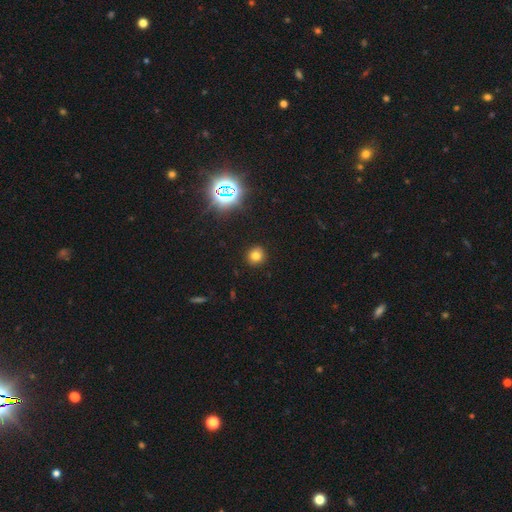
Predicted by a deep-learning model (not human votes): Smooth or featured? smooth (73%)
How rounded? round (87%)
Merging? none (90%)